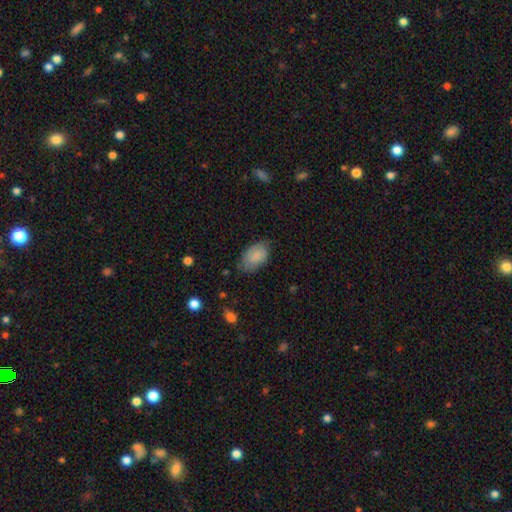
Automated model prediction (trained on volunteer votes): Q: Smooth or featured?
A: smooth (84%); runner-up: featured or disk (9%)
Q: How rounded?
A: in between (92%); runner-up: round (6%)
Q: Merging?
A: none (66%); runner-up: minor disturbance (27%)